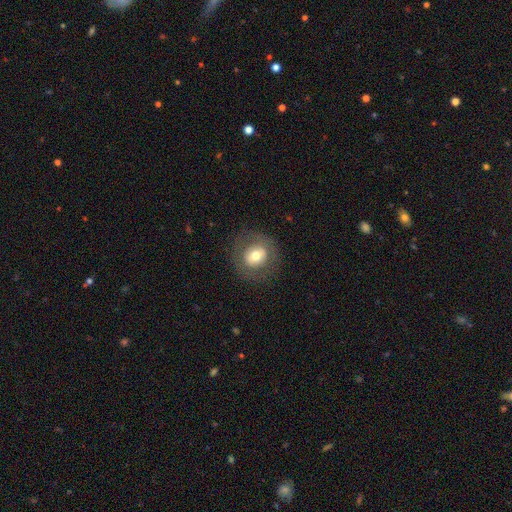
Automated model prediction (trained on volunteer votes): A smooth galaxy with no disk features (61%) that is round (81%).

Vote fractions:
- Smooth or featured? smooth: 61% / featured or disk: 30% / star or artifact: 9%
- How rounded? round: 81% / in between: 18% / cigar-shaped: 1%
- Merging? none: 83% / minor disturbance: 10% / major disturbance: 6% / merger: 1%